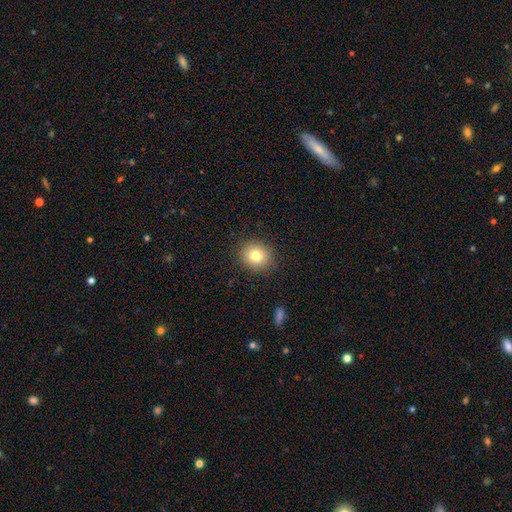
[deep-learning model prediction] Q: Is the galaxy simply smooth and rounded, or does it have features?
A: smooth — 80%.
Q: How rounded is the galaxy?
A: round — 79%.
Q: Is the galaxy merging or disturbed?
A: none — 89%.